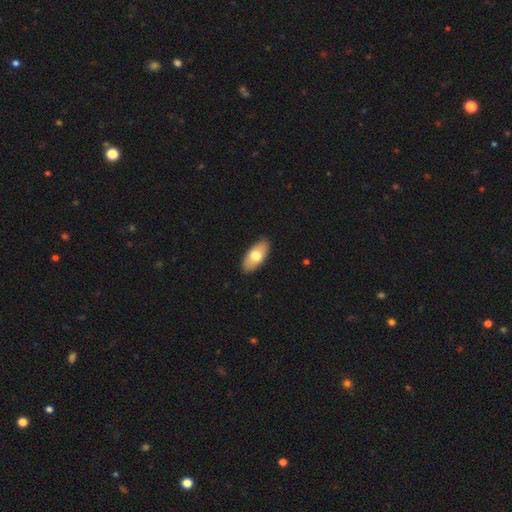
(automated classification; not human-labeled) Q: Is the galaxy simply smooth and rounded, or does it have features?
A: smooth — 69%.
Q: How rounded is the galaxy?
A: in between — 91%.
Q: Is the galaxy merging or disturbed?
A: none — 89%.